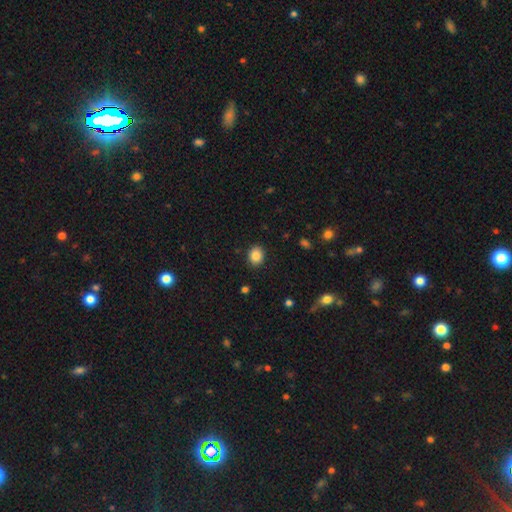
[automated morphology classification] Smooth or featured: smooth — 86% (star or artifact — 9%)
How rounded: round — 51% (in between — 48%)
Merging: none — 89% (minor disturbance — 8%)